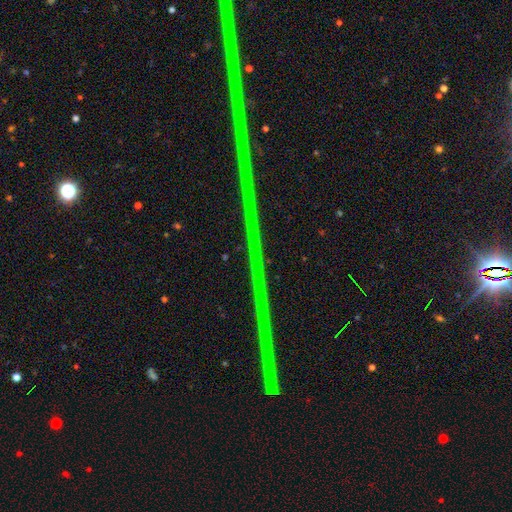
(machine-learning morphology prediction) Smooth or featured? star or artifact (87%)